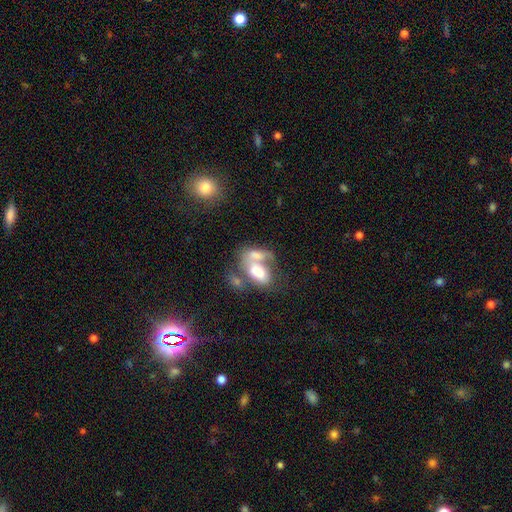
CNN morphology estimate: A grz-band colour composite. It shows a smooth galaxy with no disk features (64%) that is in between round and cigar-shaped (89%). Merging: merger (66%).